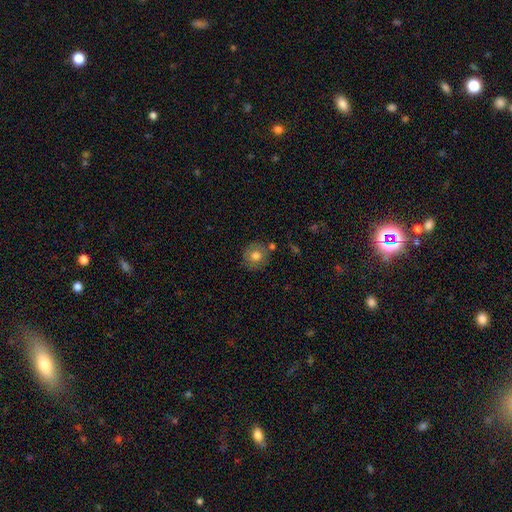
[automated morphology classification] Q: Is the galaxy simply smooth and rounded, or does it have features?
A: smooth — 76%.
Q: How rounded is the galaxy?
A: round — 91%.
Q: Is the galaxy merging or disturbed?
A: none — 81%.